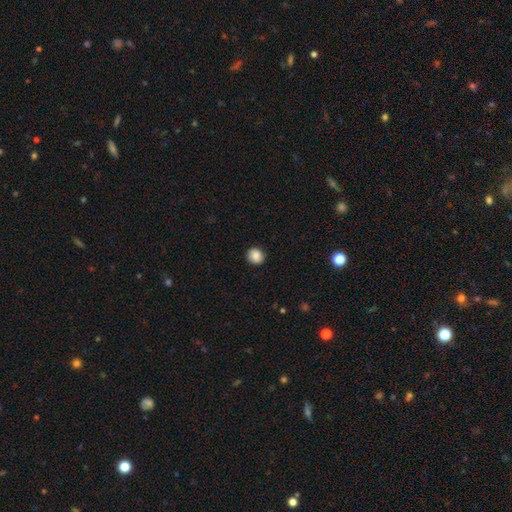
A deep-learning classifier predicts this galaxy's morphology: The model was most divided on "smooth or featured": smooth: 84%, star or artifact: 9%, featured or disk: 7%. More confident: merging — none (89%); how rounded — round (87%).